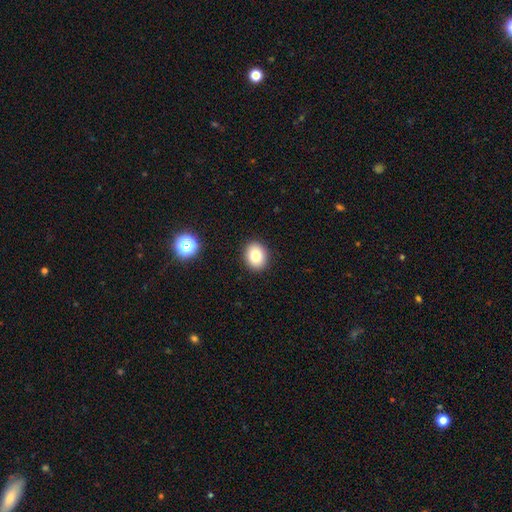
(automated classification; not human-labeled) Morphology: type=smooth (81%); roundness=in between (54%); merging=none (91%).